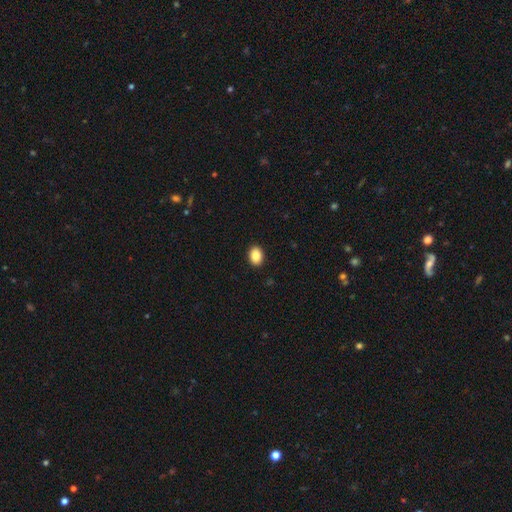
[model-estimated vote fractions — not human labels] This appears to be a smooth galaxy with no disk features (88%) that is in between round and cigar-shaped (76%). Merging: none (91%).